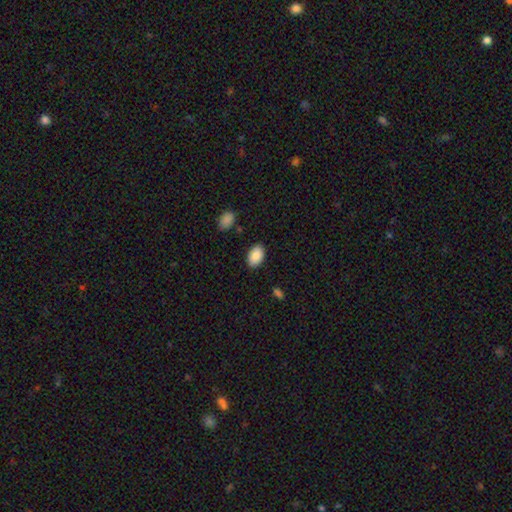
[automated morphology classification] This is clearly a smooth galaxy (89%). How rounded: clearly in between (92%). Merging: clearly none (87%).